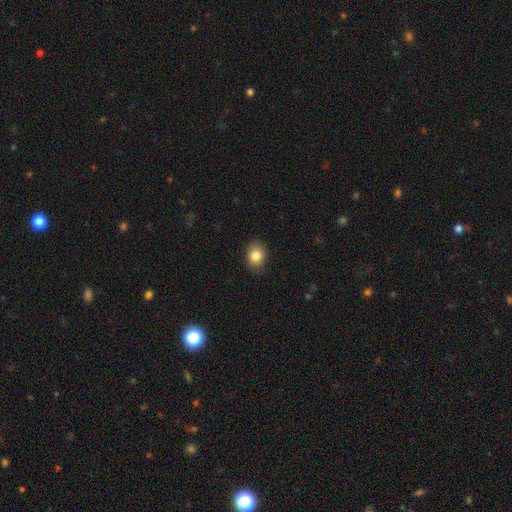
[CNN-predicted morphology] Smooth or featured?
  - smooth: 85% *
  - star or artifact: 9%
  - featured or disk: 6%
How rounded?
  - in between: 53% *
  - round: 47%
  - cigar-shaped: 1%
Merging?
  - none: 88% *
  - minor disturbance: 9%
  - major disturbance: 2%
  - merger: 1%